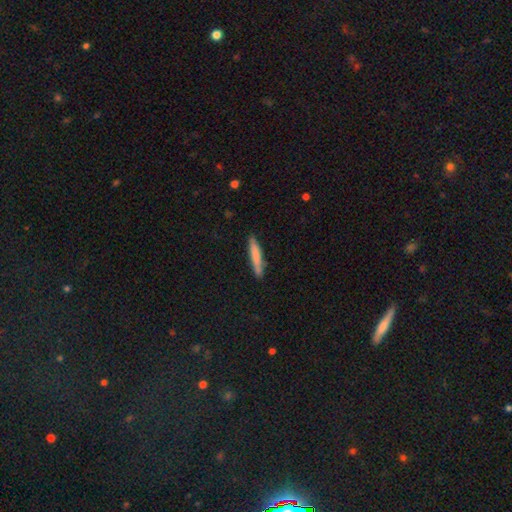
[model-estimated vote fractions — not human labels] This is likely a smooth galaxy (76%). How rounded: clearly cigar-shaped (93%). Merging: clearly none (84%).